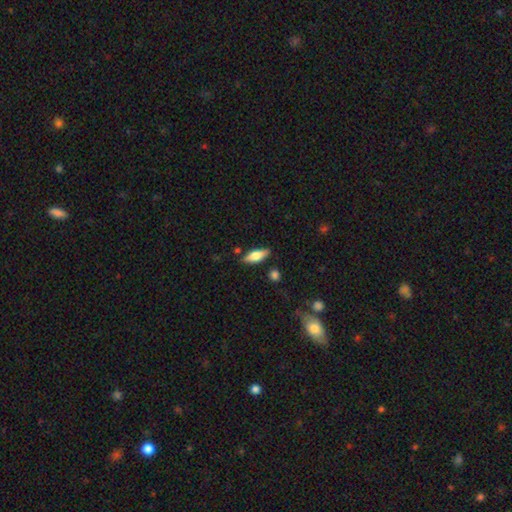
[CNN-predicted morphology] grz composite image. It shows a smooth galaxy with no disk features (63%) that is in between round and cigar-shaped (64%). Merging: none (83%).